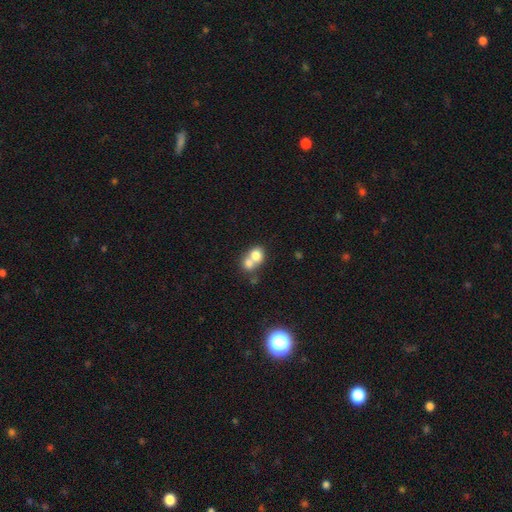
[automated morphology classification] type=smooth (74%); roundness=round (65%); merging=merger (68%).